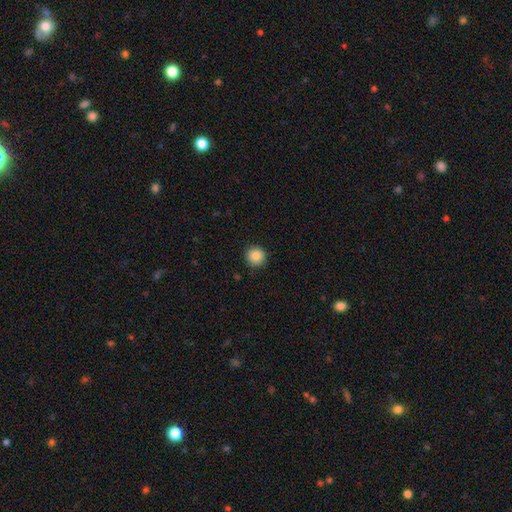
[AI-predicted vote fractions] smooth 84%, star or artifact 9%, featured or disk 7%. Down the decision tree: how rounded — round (94%); merging — none (91%).